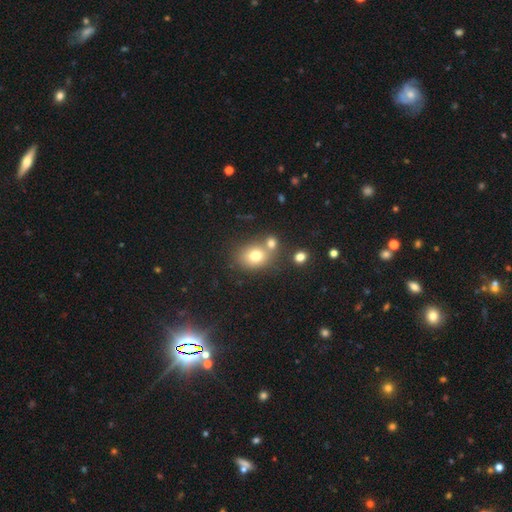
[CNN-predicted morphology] smooth 74%, featured or disk 13%, star or artifact 12%. Down the decision tree: how rounded — round (54%); merging — none (52%).